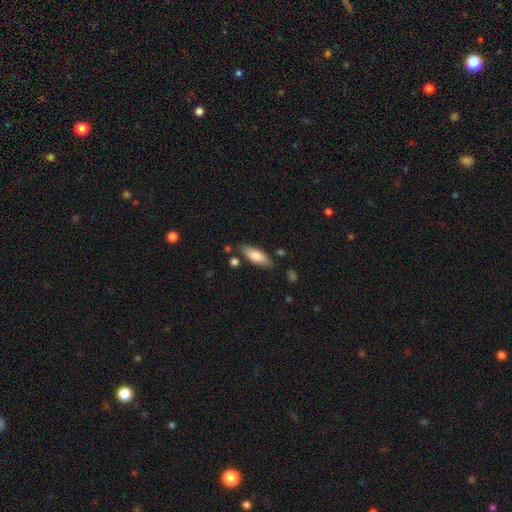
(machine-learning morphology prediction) type=smooth (78%); roundness=in between (66%); merging=none (79%).